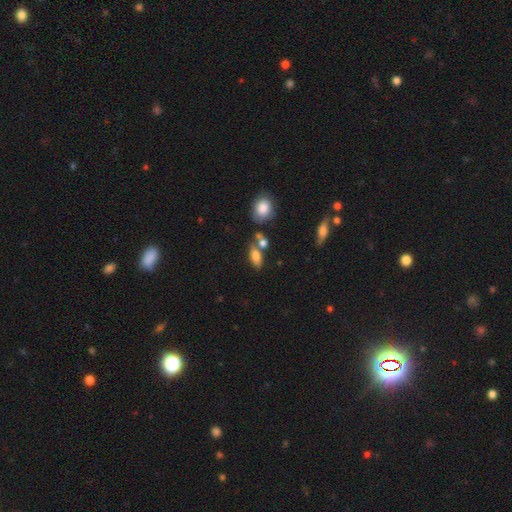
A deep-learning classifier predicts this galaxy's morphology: This appears to be a smooth galaxy with no disk features (75%) that is in between round and cigar-shaped (80%). Merging: none (58%).